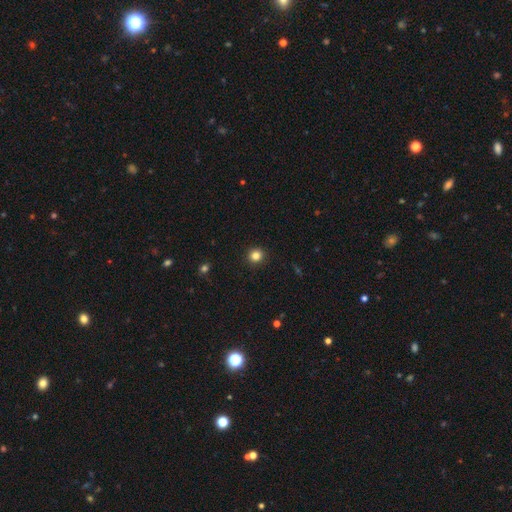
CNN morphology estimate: Smooth or featured: smooth — 83% (star or artifact — 12%)
How rounded: round — 93% (in between — 6%)
Merging: none — 93% (minor disturbance — 5%)